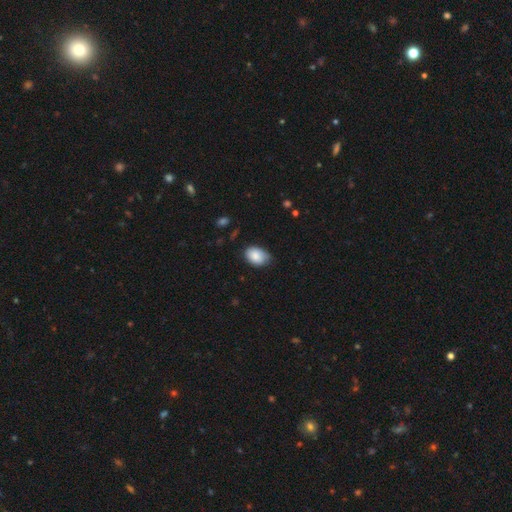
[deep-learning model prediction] The model was most divided on "merging": none: 67%, minor disturbance: 28%, major disturbance: 4%, merger: 1%. More confident: smooth or featured — smooth (86%); how rounded — in between (82%).